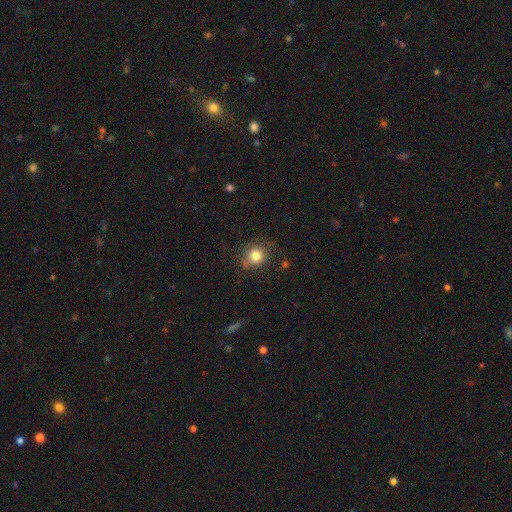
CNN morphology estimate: This is clearly a smooth galaxy (81%). How rounded: clearly round (82%). Merging: likely none (74%).